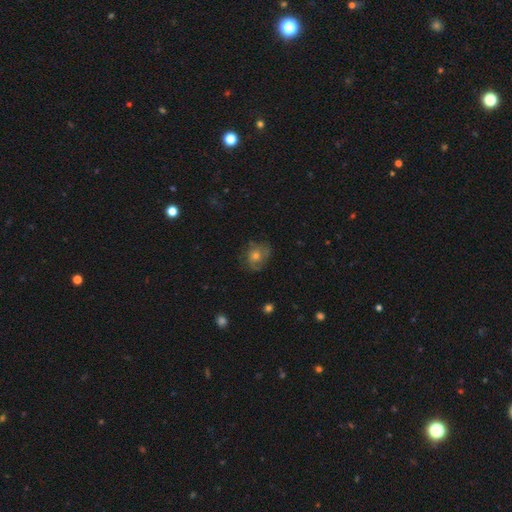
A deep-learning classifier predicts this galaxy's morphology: smooth-or-featured: featured or disk: 48% | smooth: 38% | star or artifact: 14%
  merging: none: 70% | minor disturbance: 19% | major disturbance: 9% | merger: 1%